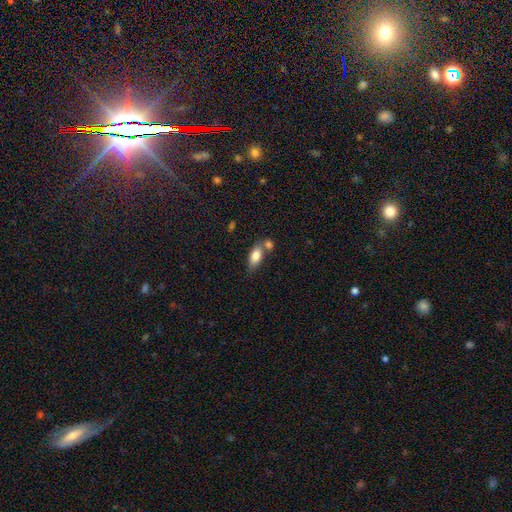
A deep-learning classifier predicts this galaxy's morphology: Overall: smooth (80%). How rounded: in between (85%). Merging: none (49%; merger 33%).